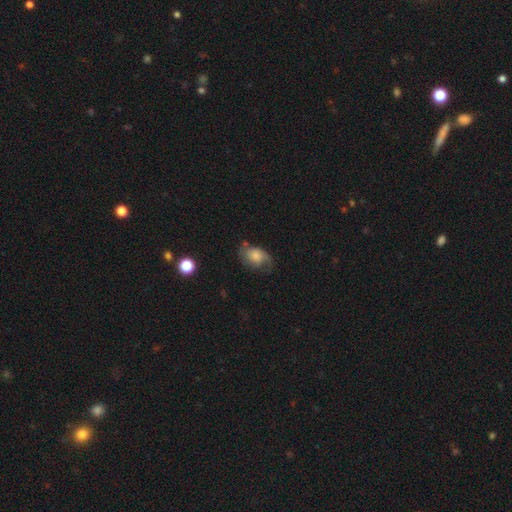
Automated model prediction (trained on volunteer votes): Morphology: type=smooth (53%); roundness=in between (76%); merging=none (47%).